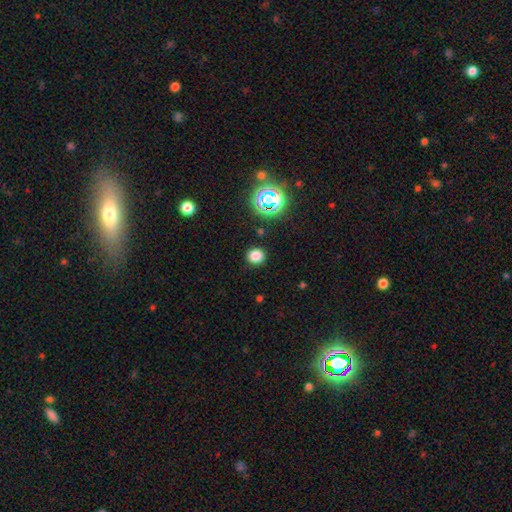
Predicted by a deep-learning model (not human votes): Overall: smooth (77%). How rounded: round (84%). Merging: none (89%).